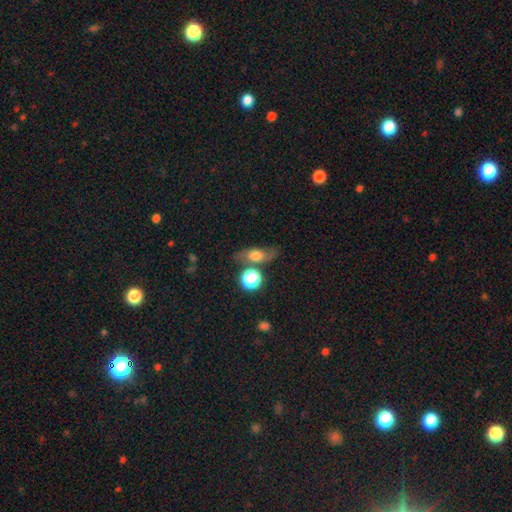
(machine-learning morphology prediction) smooth 56%, featured or disk 30%, star or artifact 14%. Down the decision tree: how rounded — in between (54%); merging — none (59%).